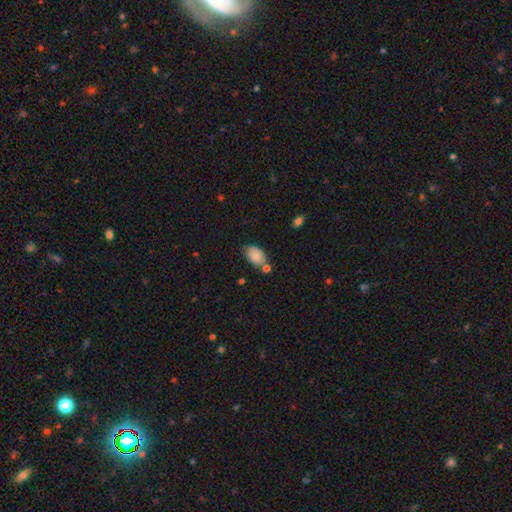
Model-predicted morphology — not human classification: Smooth or featured: smooth — 84% (featured or disk — 8%)
How rounded: in between — 92% (round — 7%)
Merging: none — 65% (minor disturbance — 16%)